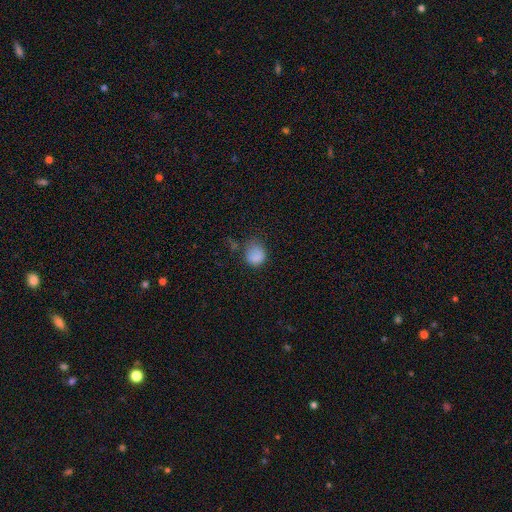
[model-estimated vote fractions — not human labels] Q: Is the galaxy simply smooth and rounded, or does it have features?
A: smooth — 83%.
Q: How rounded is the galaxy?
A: round — 68%.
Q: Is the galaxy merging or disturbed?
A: none — 51%.